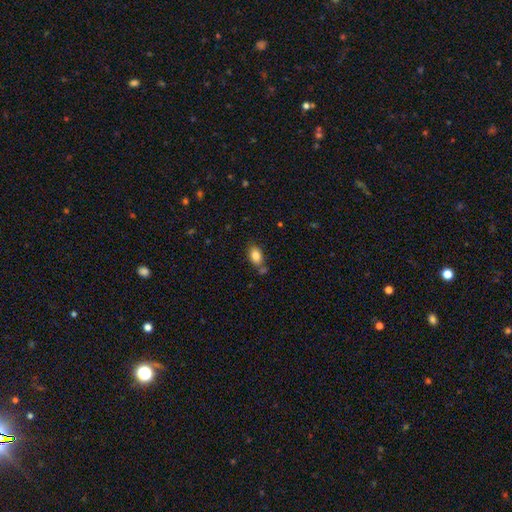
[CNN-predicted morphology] A smooth galaxy with no disk features (84%) that is in between round and cigar-shaped (85%).

Vote fractions:
- Smooth or featured? smooth: 84% / star or artifact: 8% / featured or disk: 8%
- How rounded? in between: 85% / round: 13% / cigar-shaped: 2%
- Merging? none: 66% / minor disturbance: 16% / merger: 15% / major disturbance: 4%